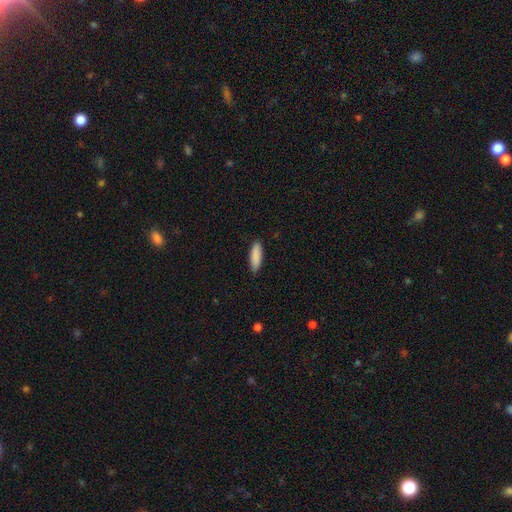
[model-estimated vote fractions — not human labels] Smooth or featured? smooth (89%)
How rounded? in between (51%)
Merging? none (88%)